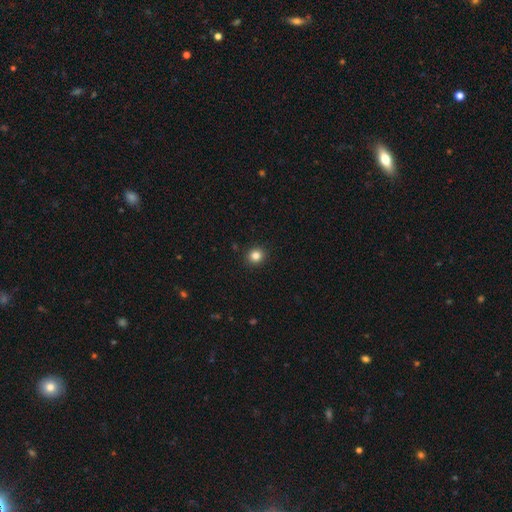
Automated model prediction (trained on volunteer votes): A smooth galaxy with no disk features (83%) that is round (86%).

Vote fractions:
- Smooth or featured? smooth: 83% / star or artifact: 12% / featured or disk: 5%
- How rounded? round: 86% / in between: 13% / cigar-shaped: 1%
- Merging? none: 92% / minor disturbance: 5% / major disturbance: 2% / merger: 1%